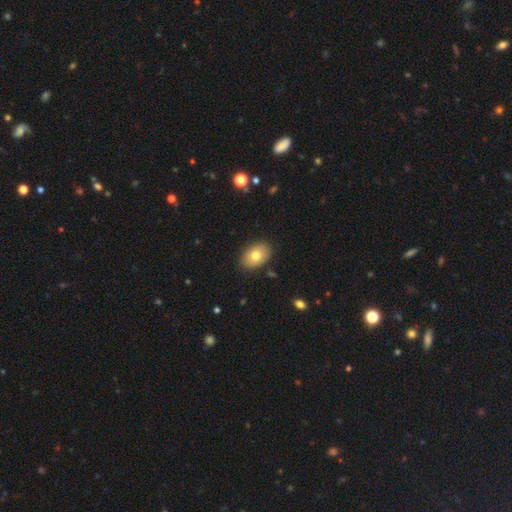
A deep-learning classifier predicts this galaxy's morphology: The model was most divided on "smooth or featured": smooth: 77%, featured or disk: 15%, star or artifact: 7%. More confident: merging — none (87%); how rounded — in between (86%).